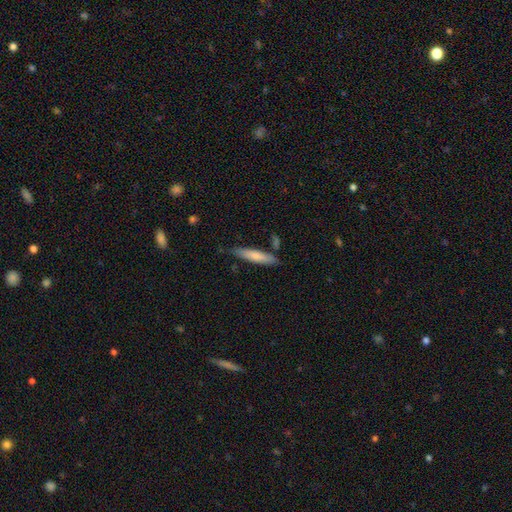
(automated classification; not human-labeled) Overall: smooth (74%). How rounded: cigar-shaped (85%). Merging: none (76%).